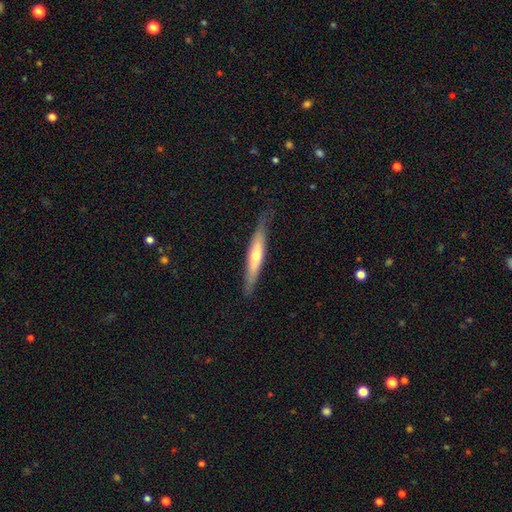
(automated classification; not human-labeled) The model was most divided on "smooth or featured": featured or disk: 52%, smooth: 42%, star or artifact: 6%. More confident: edge-on disk — yes (90%); merging — none (80%).